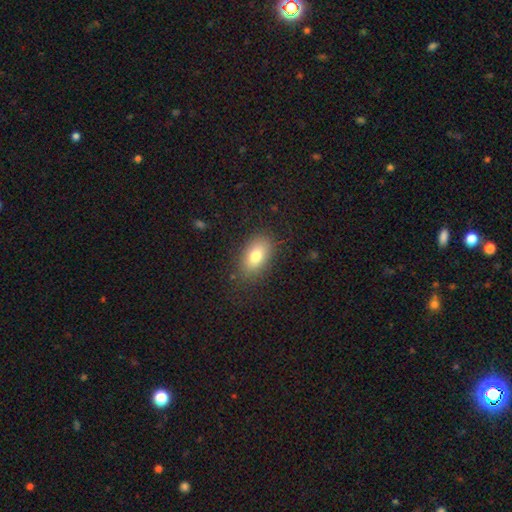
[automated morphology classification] The model was most divided on "smooth or featured": smooth: 78%, featured or disk: 14%, star or artifact: 8%. More confident: how rounded — in between (89%); merging — none (83%).